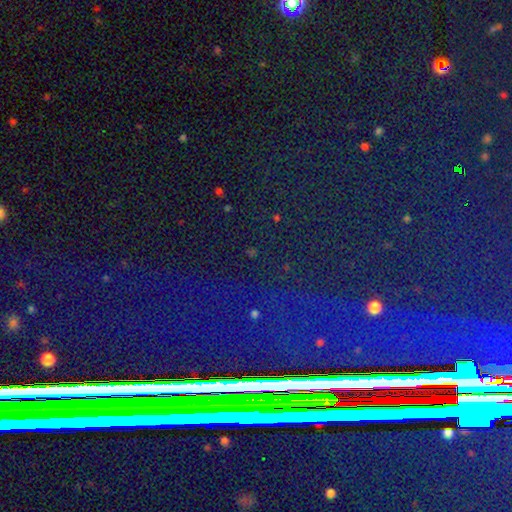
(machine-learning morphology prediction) type=star or artifact (81%).